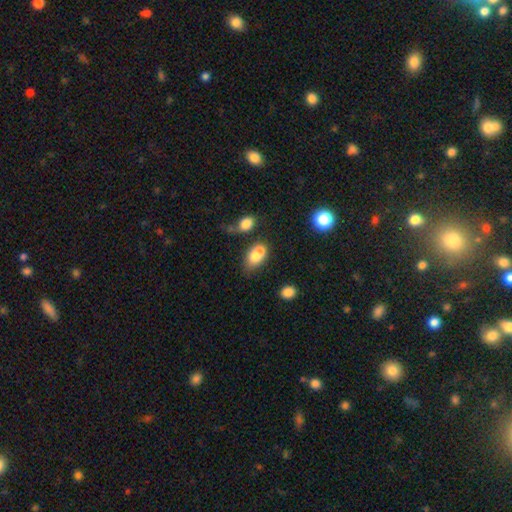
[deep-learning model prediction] Smooth or featured: smooth — 71% (featured or disk — 19%)
How rounded: in between — 79% (round — 19%)
Merging: merger — 56% (none — 27%)